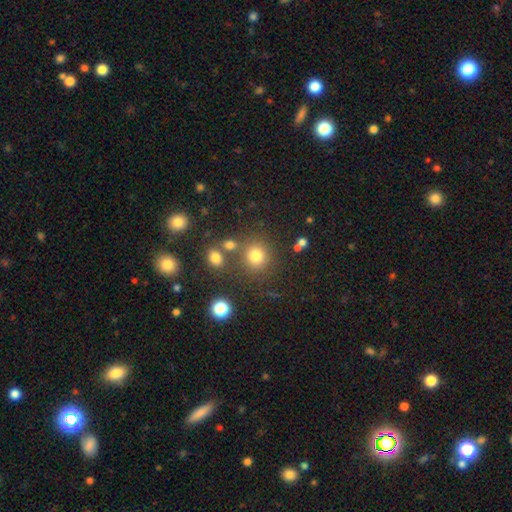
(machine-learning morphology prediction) smooth 75%, star or artifact 17%, featured or disk 8%. Down the decision tree: how rounded — round (87%); merging — none (75%).